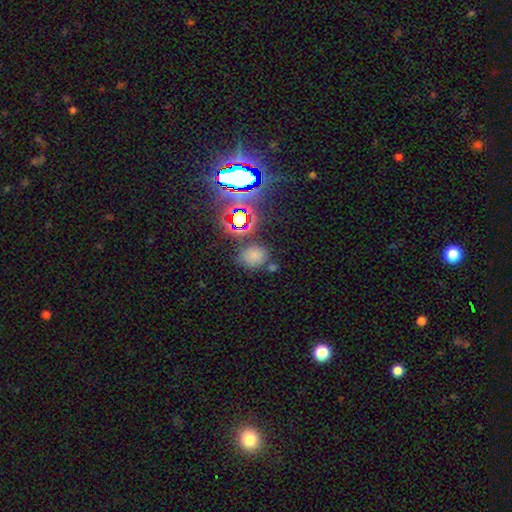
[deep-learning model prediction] Smooth or featured: smooth — 65% (star or artifact — 28%)
How rounded: round — 55% (in between — 44%)
Merging: none — 73% (minor disturbance — 14%)